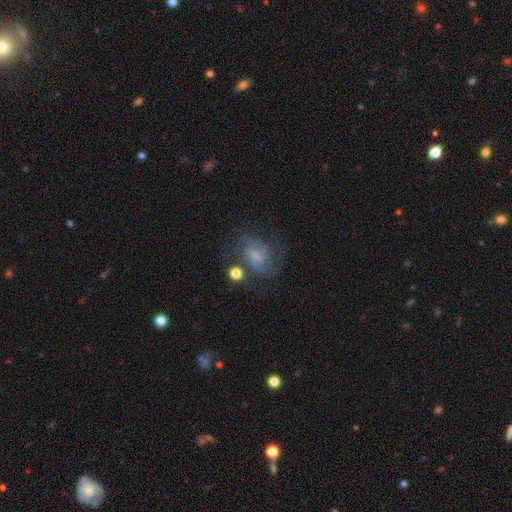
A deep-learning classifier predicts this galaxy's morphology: smooth_or_featured: featured or disk (p=0.76) [alt: smooth p=0.13]
disk_edge_on: no (p=0.98) [alt: yes p=0.02]
bar: weak (p=0.50) [alt: no p=0.39]
has_spiral_arms: yes (p=0.94) [alt: no p=0.06]
spiral_winding: medium (p=0.54) [alt: tight p=0.31]
spiral_arm_count: 2 (p=0.71) [alt: can't tell p=0.12]
bulge_size: small (p=0.45) [alt: moderate p=0.31]
merging: none (p=0.70) [alt: minor disturbance p=0.15]